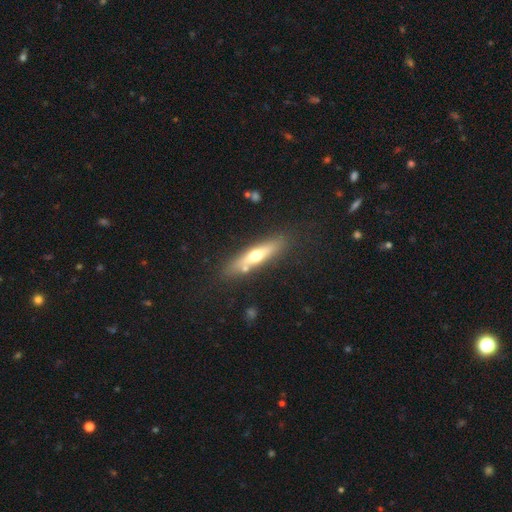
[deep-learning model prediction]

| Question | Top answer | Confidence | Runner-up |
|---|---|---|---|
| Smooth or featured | featured or disk | 48% | smooth (46%) |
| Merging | none | 80% | minor disturbance (11%) |